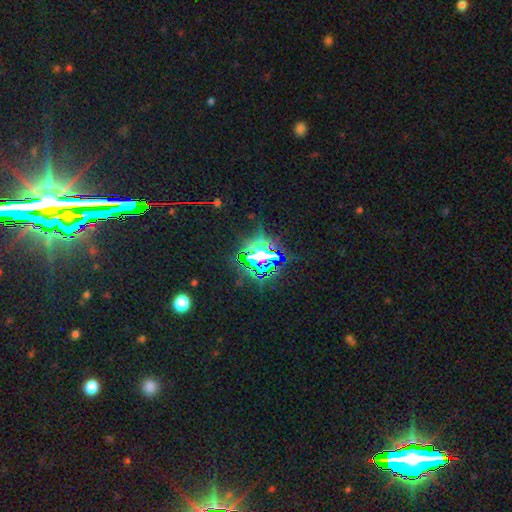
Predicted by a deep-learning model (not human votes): A star or artifact, not a galaxy (76%).